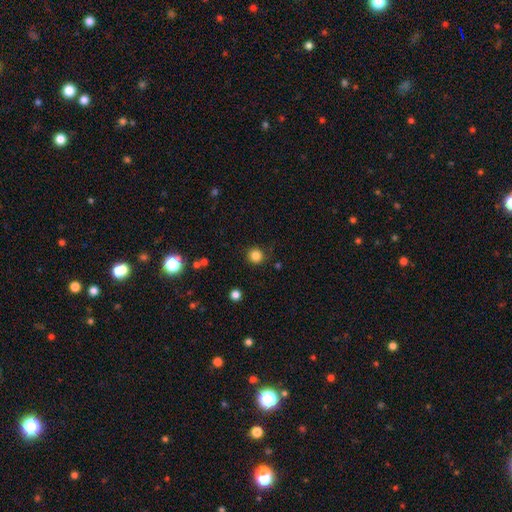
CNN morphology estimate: A smooth galaxy with no disk features (83%) that is round (94%).

Vote fractions:
- Smooth or featured? smooth: 83% / star or artifact: 12% / featured or disk: 4%
- How rounded? round: 94% / in between: 5% / cigar-shaped: 1%
- Merging? none: 88% / minor disturbance: 7% / major disturbance: 2% / merger: 2%